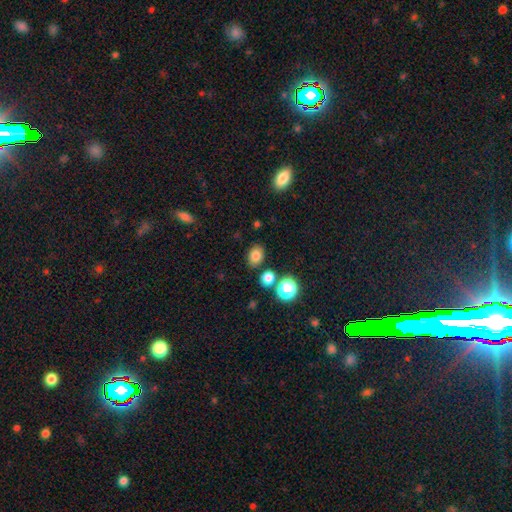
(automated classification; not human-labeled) smooth 81%, star or artifact 13%, featured or disk 6%. Down the decision tree: how rounded — in between (64%); merging — none (81%).